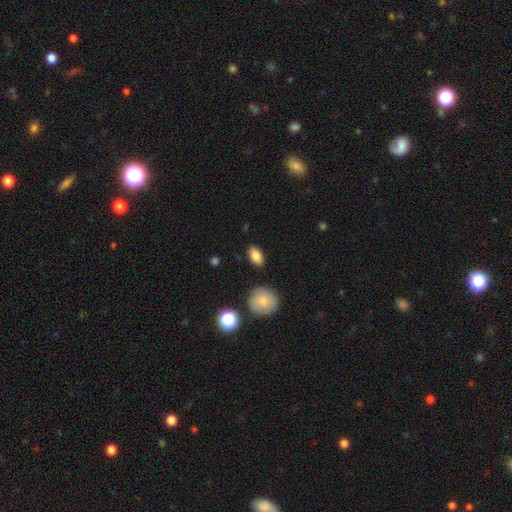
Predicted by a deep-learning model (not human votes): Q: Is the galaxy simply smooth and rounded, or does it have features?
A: smooth — 85%.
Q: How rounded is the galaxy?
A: in between — 88%.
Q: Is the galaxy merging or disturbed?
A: none — 87%.